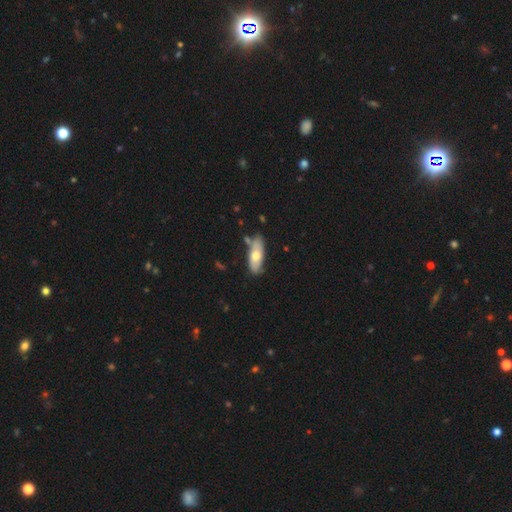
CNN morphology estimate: smooth_or_featured: smooth (p=0.61) [alt: featured or disk p=0.33]
how_rounded: in between (p=0.76) [alt: cigar-shaped p=0.21]
merging: none (p=0.71) [alt: minor disturbance p=0.18]